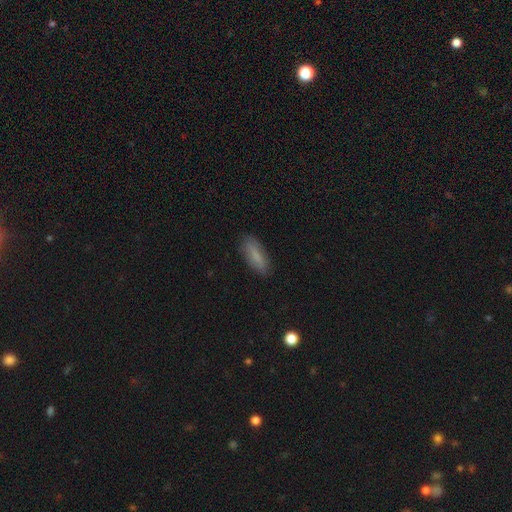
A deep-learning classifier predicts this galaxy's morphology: A smooth galaxy with no disk features (80%) that is in between round and cigar-shaped (62%). Merging: none (82%).